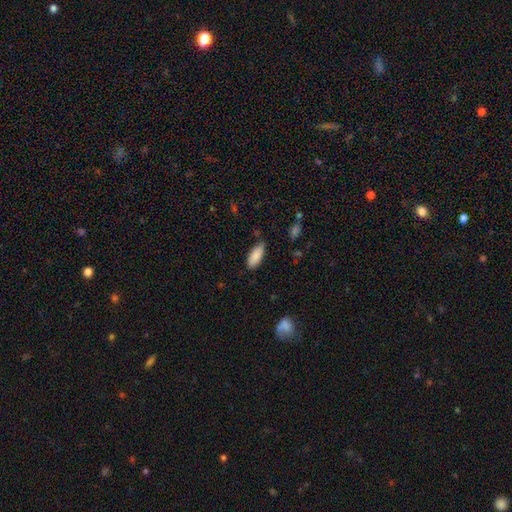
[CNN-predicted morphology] smooth 86%, featured or disk 8%, star or artifact 6%. Down the decision tree: how rounded — in between (82%); merging — none (76%).